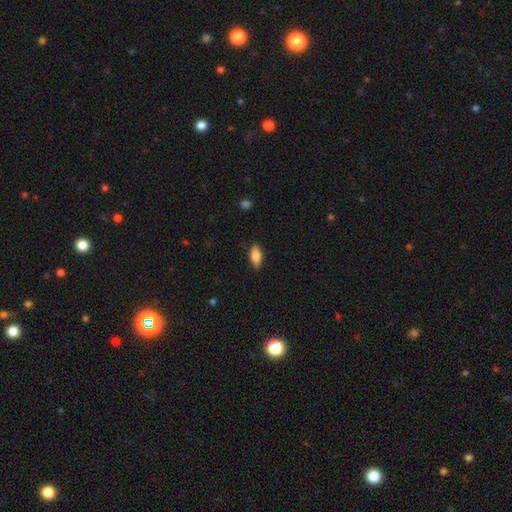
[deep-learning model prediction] Smooth or featured? smooth (74%)
How rounded? in between (79%)
Merging? none (84%)